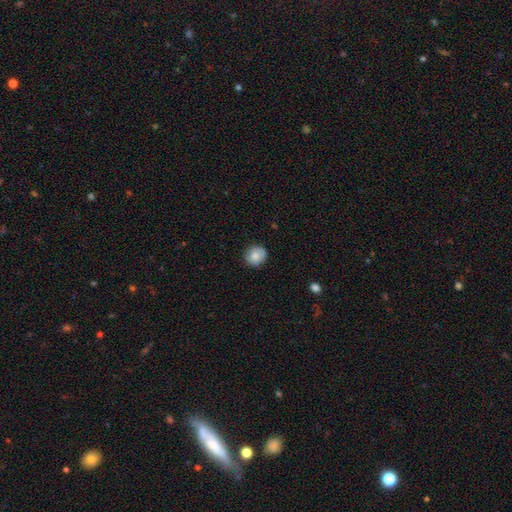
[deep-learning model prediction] Smooth or featured: smooth — 80% (featured or disk — 12%)
How rounded: round — 88% (in between — 11%)
Merging: none — 82% (minor disturbance — 14%)